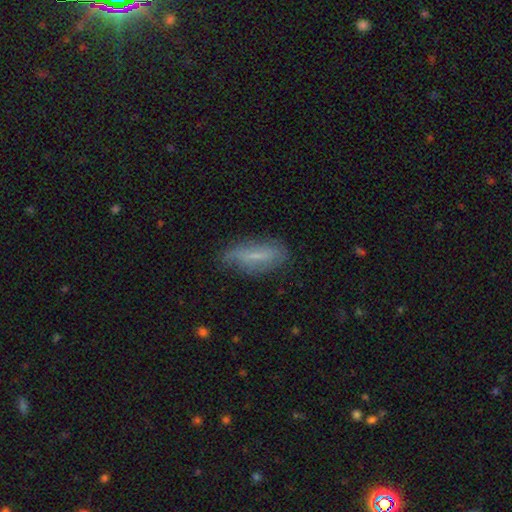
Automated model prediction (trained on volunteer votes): Overall: smooth (55%; featured or disk 36%). How rounded: in between (60%; cigar-shaped 37%). Merging: none (67%).